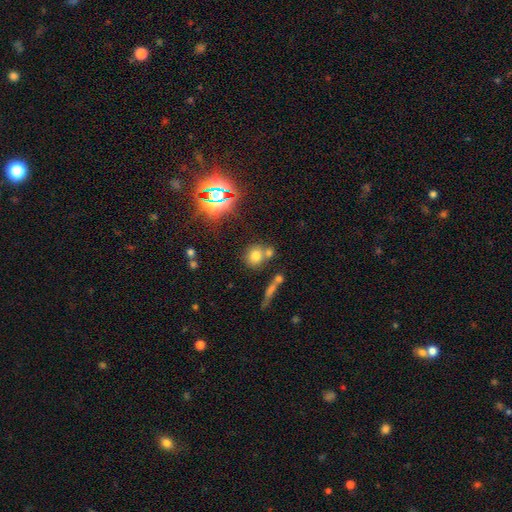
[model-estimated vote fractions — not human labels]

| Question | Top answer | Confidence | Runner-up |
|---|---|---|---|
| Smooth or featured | smooth | 70% | star or artifact (18%) |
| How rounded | round | 78% | in between (20%) |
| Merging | none | 58% | merger (27%) |